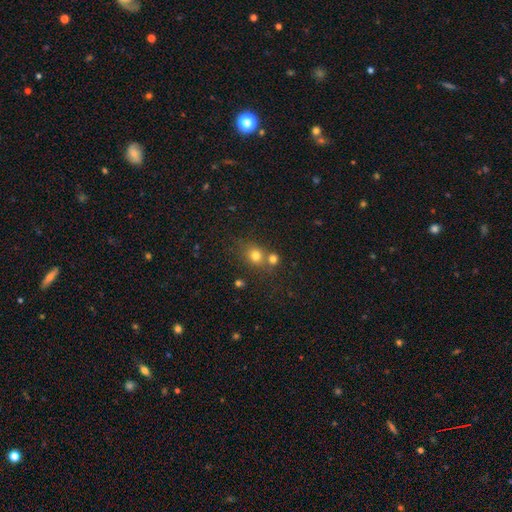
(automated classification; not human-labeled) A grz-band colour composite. It shows a smooth galaxy with no disk features (75%) that is round (74%). Merging: none (51%).